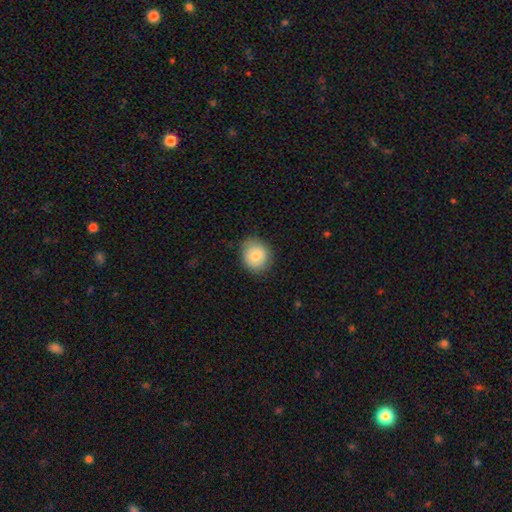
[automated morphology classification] Smooth or featured: smooth — 76% (featured or disk — 16%)
How rounded: round — 78% (in between — 21%)
Merging: none — 78% (minor disturbance — 17%)